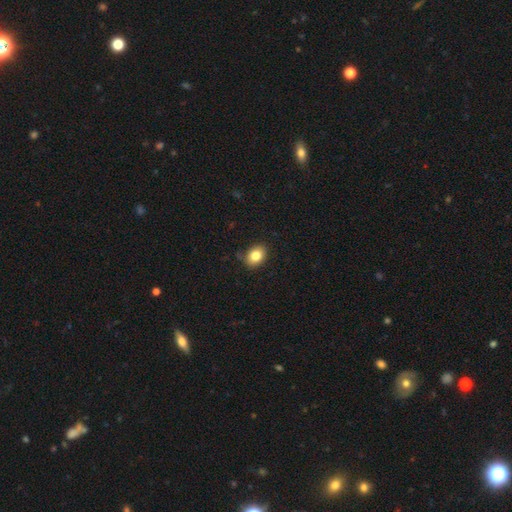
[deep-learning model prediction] Overall: smooth (82%). How rounded: in between (67%; round 32%). Merging: none (80%).